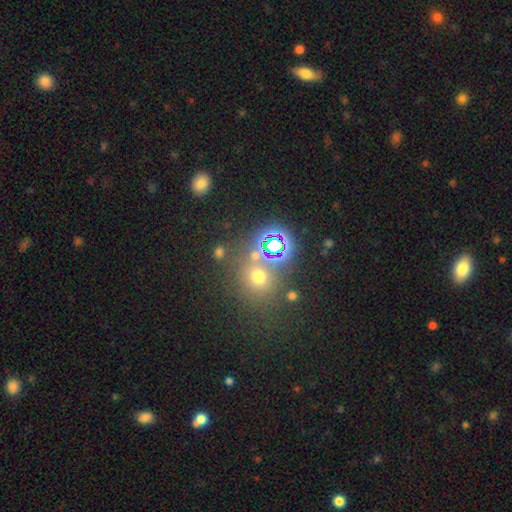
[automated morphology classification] Smooth or featured: smooth — 49% (star or artifact — 42%)
Merging: none — 72% (merger — 13%)